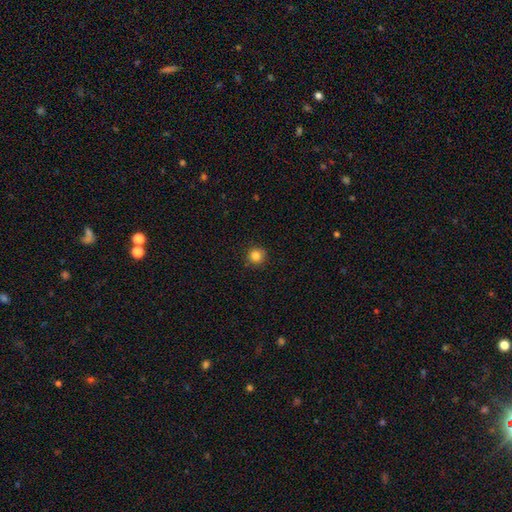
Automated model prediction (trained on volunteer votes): Morphology: type=smooth (84%); roundness=round (94%); merging=none (91%).